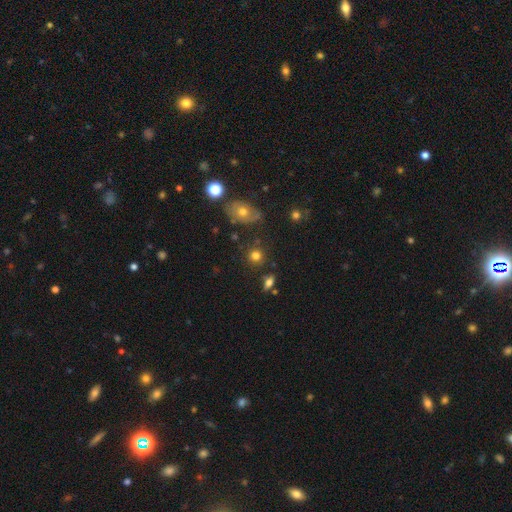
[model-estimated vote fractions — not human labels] smooth_or_featured: smooth (p=0.77) [alt: star or artifact p=0.14]
how_rounded: round (p=0.84) [alt: in between p=0.14]
merging: none (p=0.80) [alt: minor disturbance p=0.11]